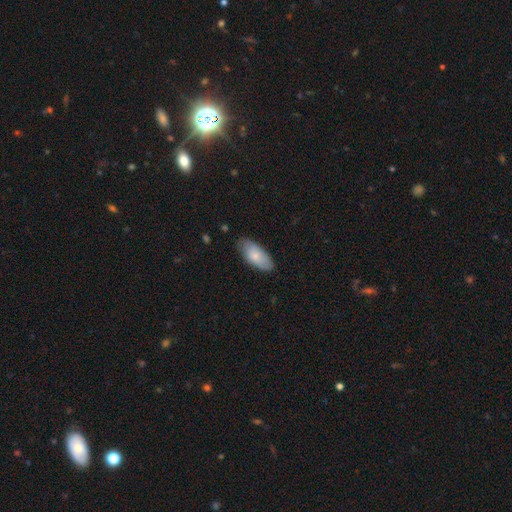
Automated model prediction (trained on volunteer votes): This appears to be a smooth galaxy with no disk features (75%) that is in between round and cigar-shaped (91%). Merging: none (75%).